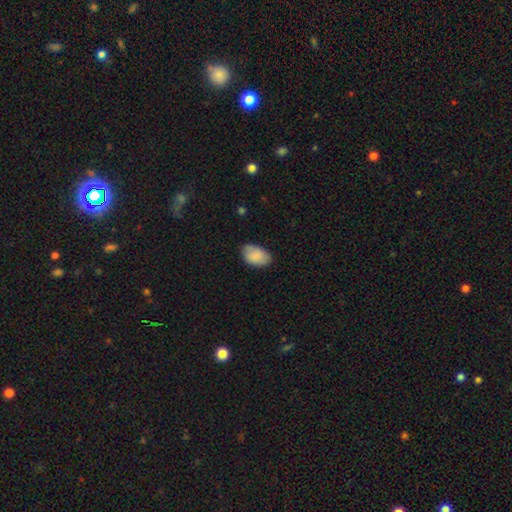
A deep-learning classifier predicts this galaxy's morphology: smooth 86%, featured or disk 7%, star or artifact 7%. Down the decision tree: how rounded — in between (91%); merging — none (75%).